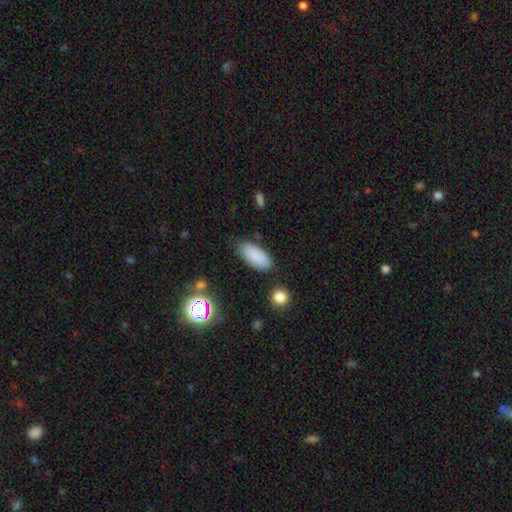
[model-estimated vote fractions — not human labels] This appears to be a smooth galaxy with no disk features (86%) that is in between round and cigar-shaped (90%). Merging: none (81%).